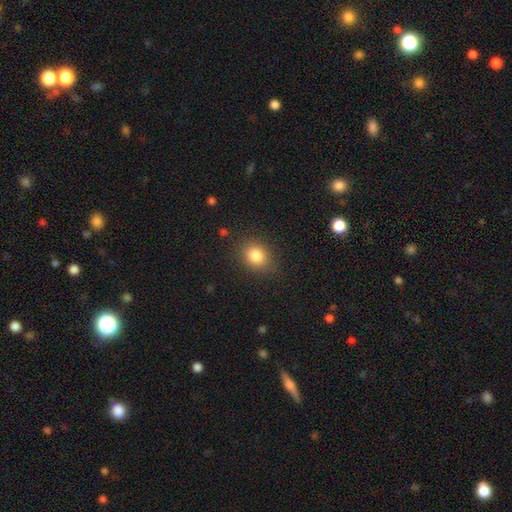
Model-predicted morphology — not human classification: A smooth galaxy with no disk features (83%) that is round (54%). Merging: none (85%).